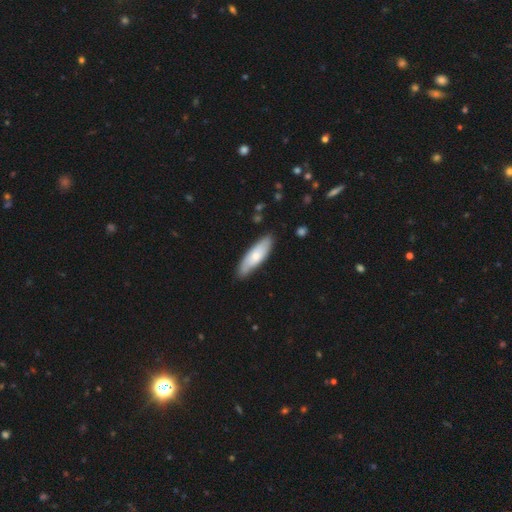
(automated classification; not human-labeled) The model was most divided on "how rounded": cigar-shaped: 51%, in between: 48%, round: 2%. More confident: merging — none (81%); smooth or featured — smooth (68%).